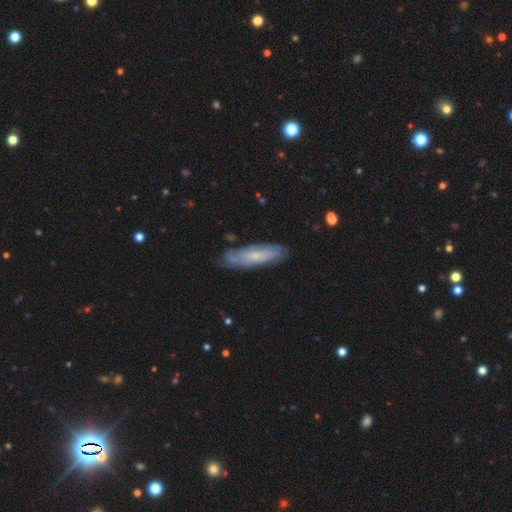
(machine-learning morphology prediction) A featured or disk galaxy (49%). Merging: none (73%).